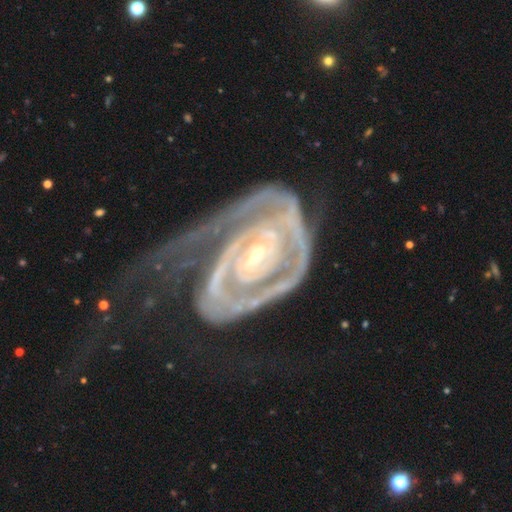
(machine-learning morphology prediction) Smooth or featured? featured or disk (90%)
Edge-on disk? no (97%)
Bar? no (55%)
Spiral arms? yes (94%)
Spiral winding? tight (69%)
Spiral arm count? 2 (37%)
Bulge size? small (73%)
Merging? major disturbance (53%)